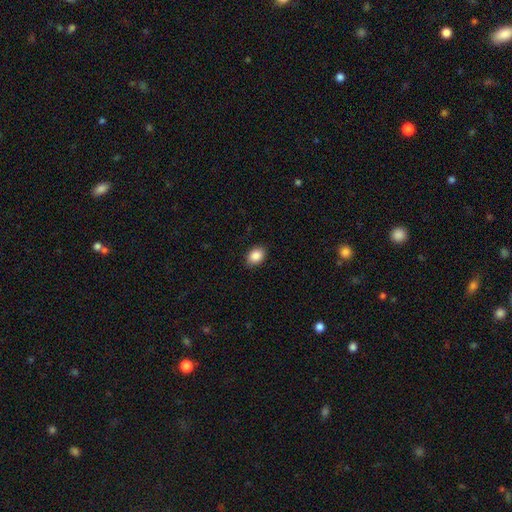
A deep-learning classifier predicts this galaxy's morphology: Smooth or featured?
  - smooth: 88% *
  - star or artifact: 8%
  - featured or disk: 4%
How rounded?
  - in between: 78% *
  - round: 21%
  - cigar-shaped: 1%
Merging?
  - none: 89% *
  - minor disturbance: 8%
  - major disturbance: 2%
  - merger: 1%